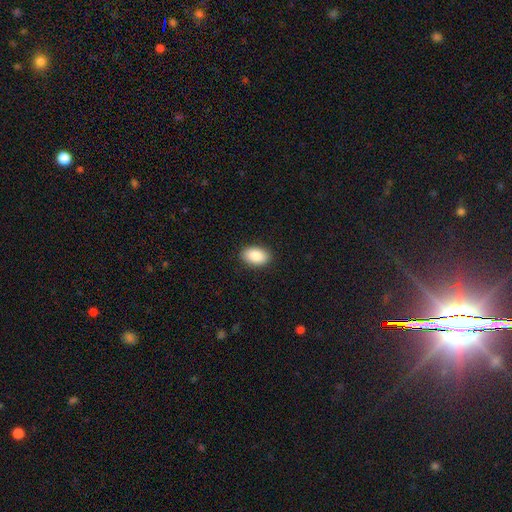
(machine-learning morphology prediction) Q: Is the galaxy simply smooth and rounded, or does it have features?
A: smooth — 88%.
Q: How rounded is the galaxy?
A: in between — 91%.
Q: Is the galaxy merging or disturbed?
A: none — 89%.